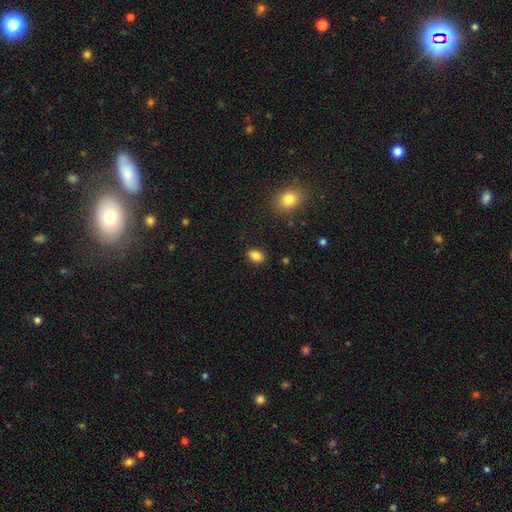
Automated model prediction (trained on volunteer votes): smooth_or_featured: smooth (p=0.85) [alt: star or artifact p=0.10]
how_rounded: in between (p=0.75) [alt: round p=0.23]
merging: none (p=0.87) [alt: minor disturbance p=0.09]